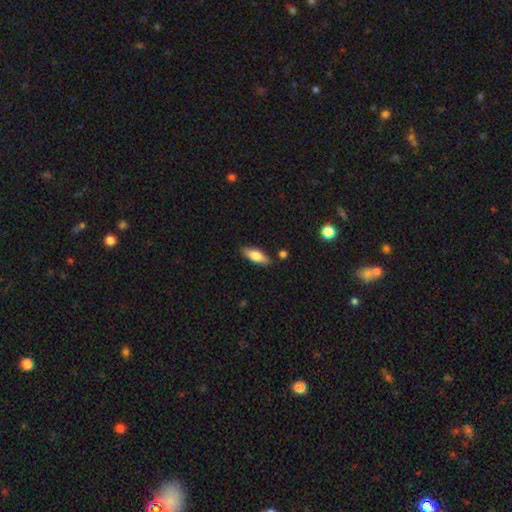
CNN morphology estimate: This is likely a smooth galaxy (75%). How rounded: likely in between (65%). Merging: clearly none (83%).